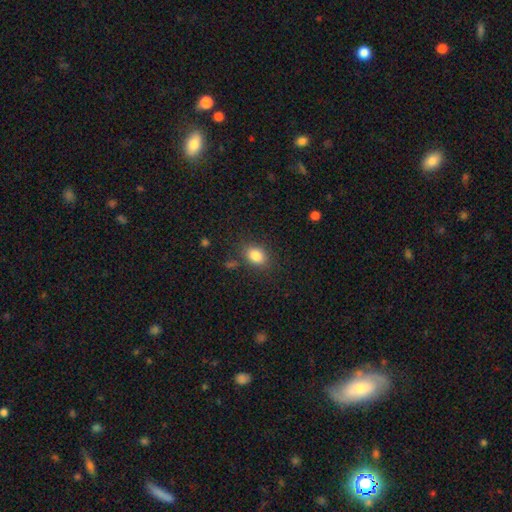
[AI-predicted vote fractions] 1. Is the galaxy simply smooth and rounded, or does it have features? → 85% smooth, 10% star or artifact, 5% featured or disk.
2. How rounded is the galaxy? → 70% in between, 29% round, 1% cigar-shaped.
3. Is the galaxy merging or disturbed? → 81% none, 12% minor disturbance, 4% major disturbance, 3% merger.